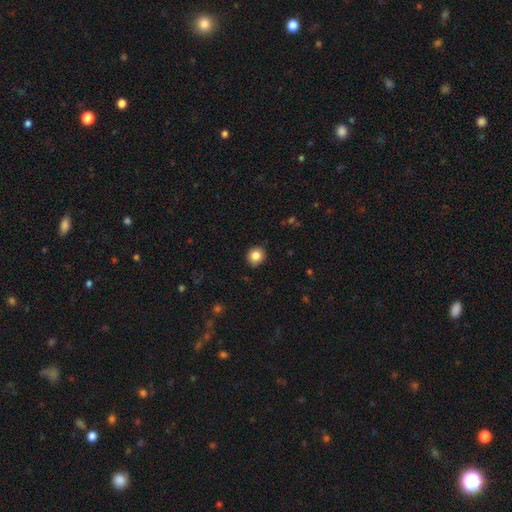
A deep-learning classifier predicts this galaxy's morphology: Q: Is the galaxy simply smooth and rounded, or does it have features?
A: smooth — 84%.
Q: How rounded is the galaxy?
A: round — 88%.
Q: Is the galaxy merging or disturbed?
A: none — 89%.